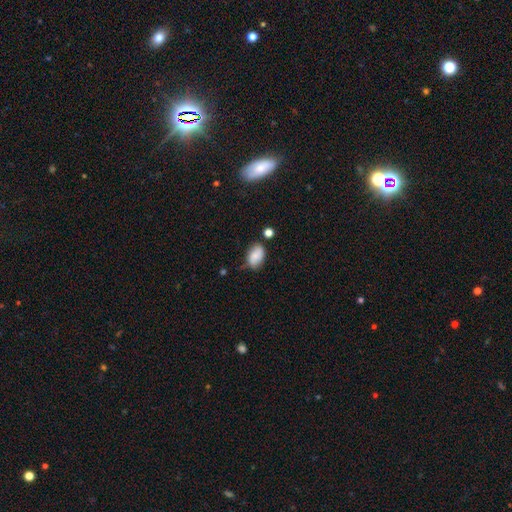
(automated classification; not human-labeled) Smooth or featured? smooth (79%)
How rounded? in between (88%)
Merging? none (57%)